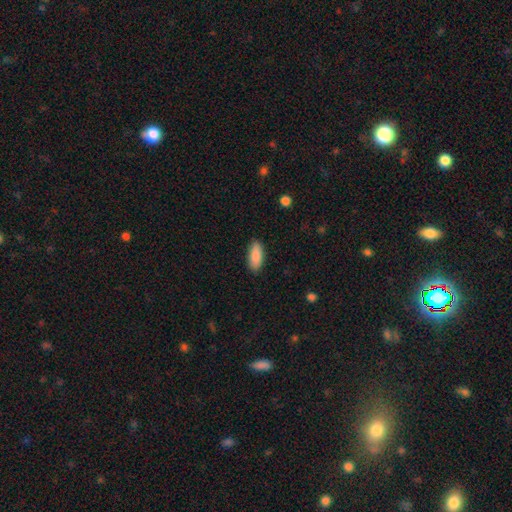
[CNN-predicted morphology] A smooth galaxy with no disk features (89%) that is in between round and cigar-shaped (80%).

Vote fractions:
- Smooth or featured? smooth: 89% / star or artifact: 6% / featured or disk: 5%
- How rounded? in between: 80% / cigar-shaped: 18% / round: 2%
- Merging? none: 89% / minor disturbance: 8% / major disturbance: 2% / merger: 1%